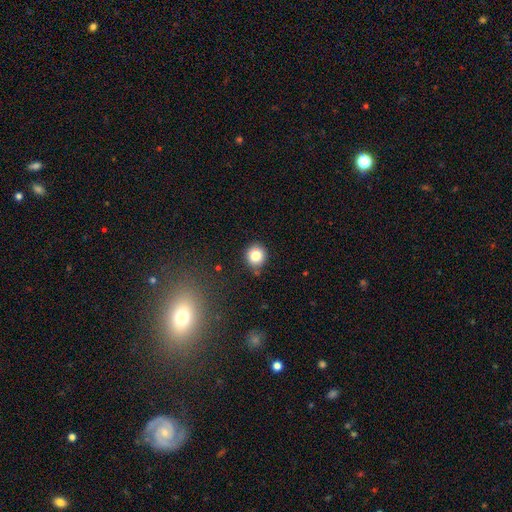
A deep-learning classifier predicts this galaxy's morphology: This appears to be a smooth galaxy with no disk features (81%) that is round (86%). Merging: none (84%).